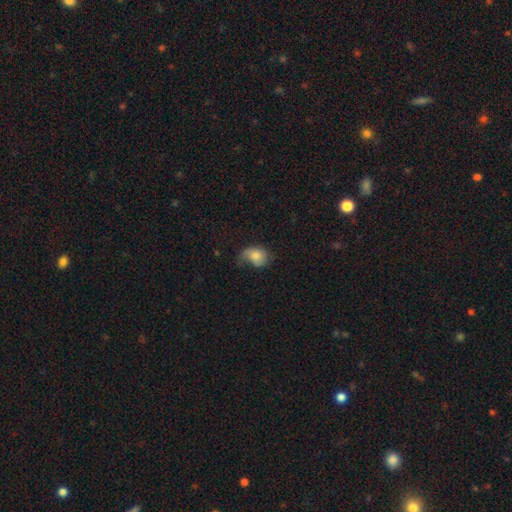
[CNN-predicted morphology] smooth 71%, featured or disk 21%, star or artifact 8%. Down the decision tree: how rounded — in between (68%); merging — minor disturbance (38%).